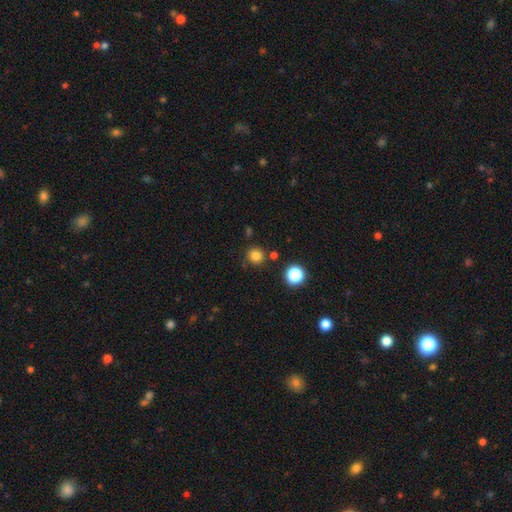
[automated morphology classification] type=smooth (80%); roundness=round (92%); merging=none (84%).